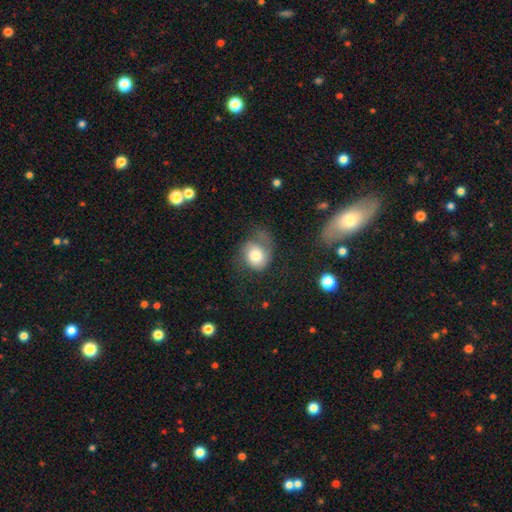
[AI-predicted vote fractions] Q: Smooth or featured?
A: smooth (58%); runner-up: featured or disk (34%)
Q: How rounded?
A: round (64%); runner-up: in between (35%)
Q: Merging?
A: none (38%); runner-up: major disturbance (34%)